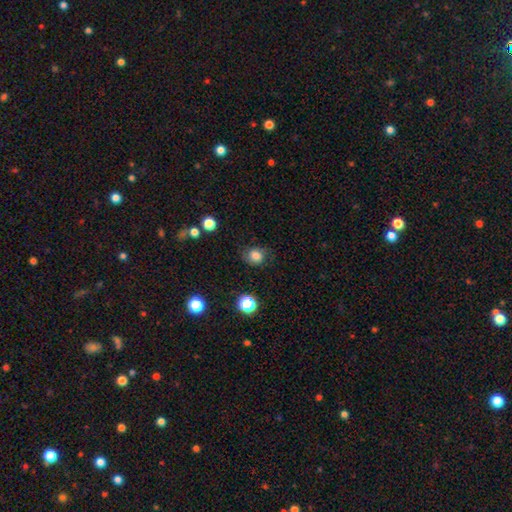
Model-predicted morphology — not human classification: The model was most divided on "how rounded": round: 64%, in between: 35%, cigar-shaped: 1%. More confident: smooth or featured — smooth (74%); merging — none (67%).